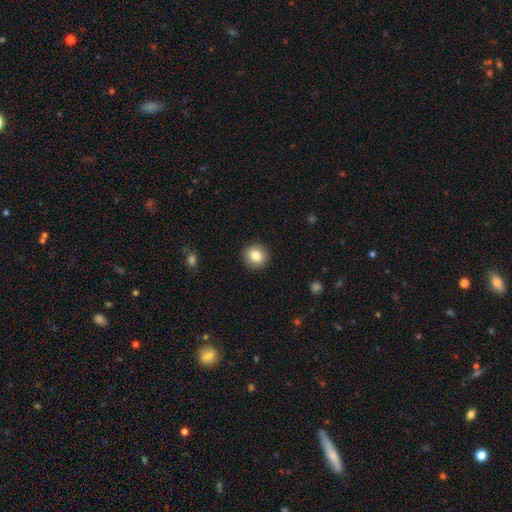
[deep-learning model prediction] The model was most divided on "smooth or featured": smooth: 83%, star or artifact: 9%, featured or disk: 8%. More confident: merging — none (91%); how rounded — round (87%).